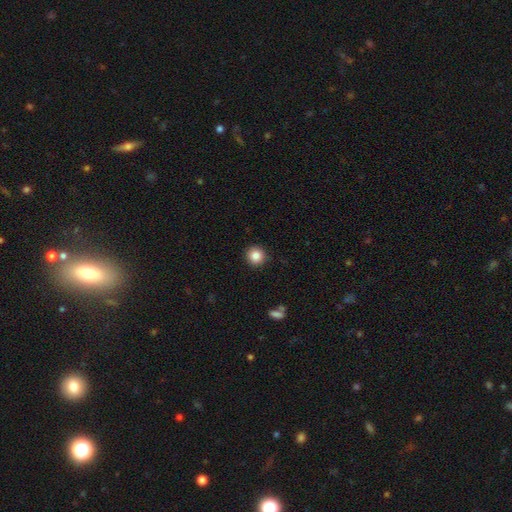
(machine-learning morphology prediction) Smooth or featured? smooth (85%)
How rounded? round (94%)
Merging? none (92%)